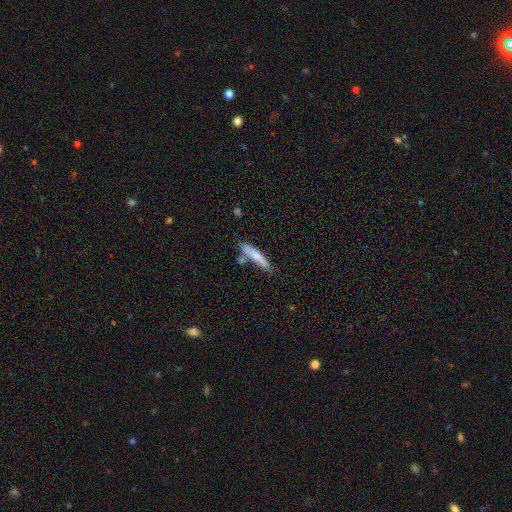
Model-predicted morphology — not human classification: The model was most divided on "merging": none: 64%, minor disturbance: 19%, merger: 13%, major disturbance: 4%. More confident: how rounded — cigar-shaped (85%); smooth or featured — smooth (70%).